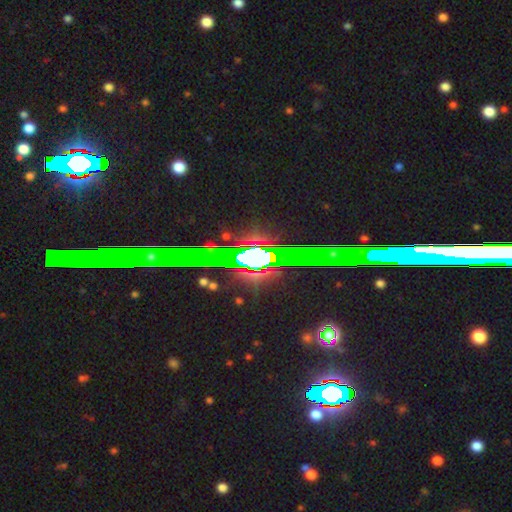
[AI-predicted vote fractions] Smooth or featured? star or artifact (59%)